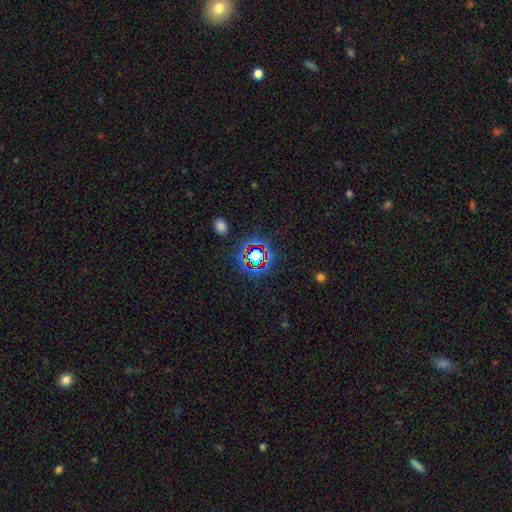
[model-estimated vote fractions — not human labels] star or artifact 67%, smooth 21%, featured or disk 12%.